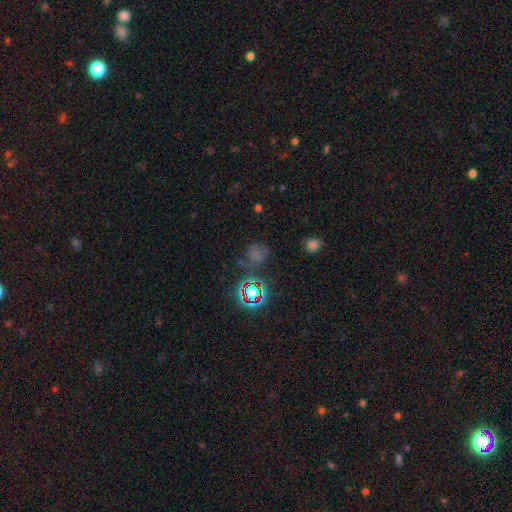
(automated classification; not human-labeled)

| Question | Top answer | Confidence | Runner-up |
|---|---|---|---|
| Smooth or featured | star or artifact | 51% | smooth (36%) |